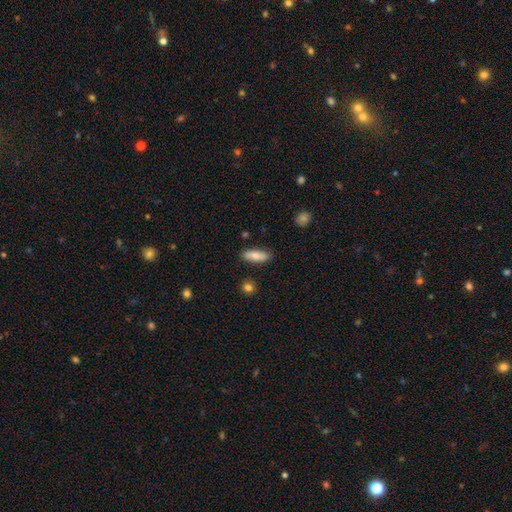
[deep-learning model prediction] This is likely a smooth galaxy (73%). How rounded: likely in between (66%). Merging: clearly none (86%).